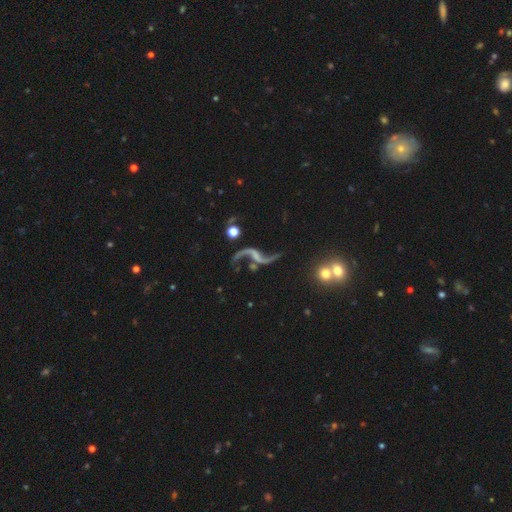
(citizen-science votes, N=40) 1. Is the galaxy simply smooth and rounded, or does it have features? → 100% featured or disk, 0% smooth, 0% star or artifact.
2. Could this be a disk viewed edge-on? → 98% no, 2% yes.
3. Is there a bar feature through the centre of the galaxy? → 64% no, 26% weak, 10% strong.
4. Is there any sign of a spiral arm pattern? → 97% yes, 3% no.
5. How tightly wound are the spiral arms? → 95% loose, 5% medium, 0% tight.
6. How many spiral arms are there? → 89% 2, 5% 1, 3% 3, 3% can't tell, 0% 4, 0% more than 4.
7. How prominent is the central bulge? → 67% none, 31% small, 3% moderate, 0% dominant, 0% large.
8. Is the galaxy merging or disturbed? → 82% none, 8% major disturbance, 5% minor disturbance, 5% merger.